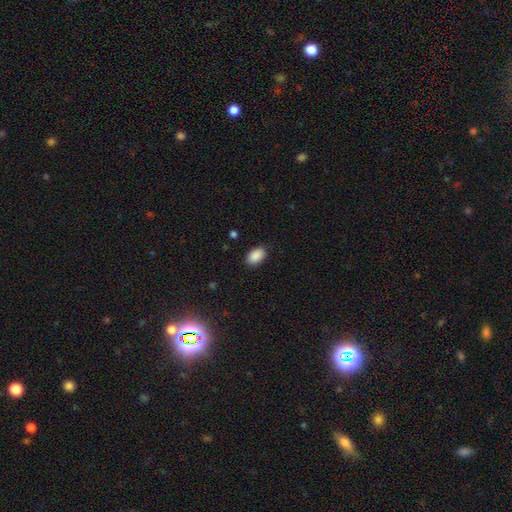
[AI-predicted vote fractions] This is clearly a smooth galaxy (89%). How rounded: clearly in between (90%). Merging: clearly none (87%).